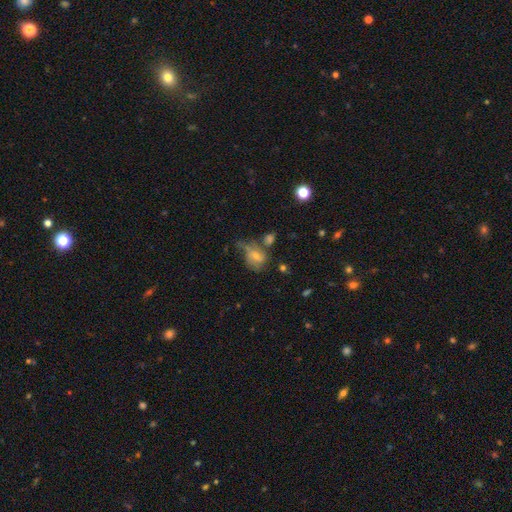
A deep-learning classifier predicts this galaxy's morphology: type=smooth (52%); roundness=in between (63%); merging=none (30%).